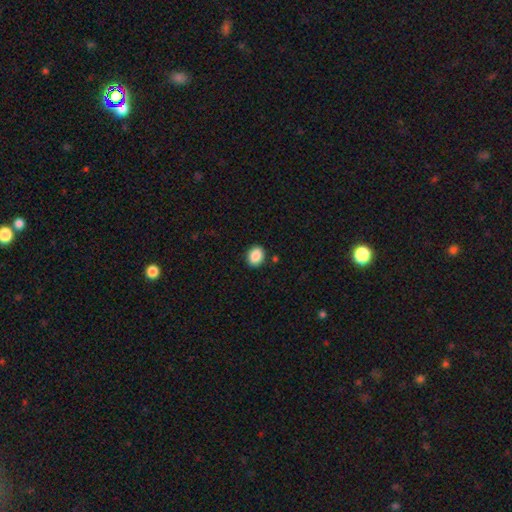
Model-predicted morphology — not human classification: Smooth or featured? Predicted: smooth (p=0.89). How rounded? Predicted: in between (p=0.56). Merging? Predicted: none (p=0.88).